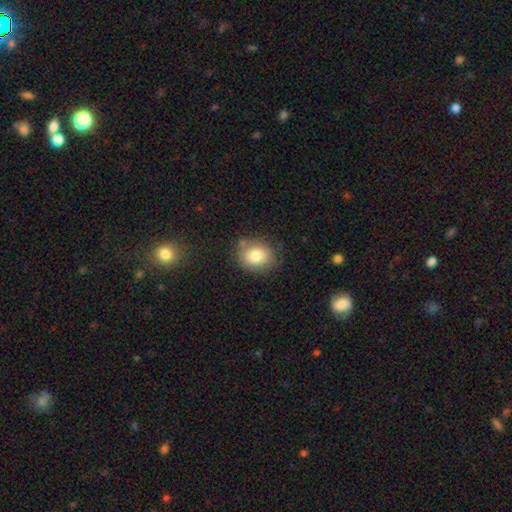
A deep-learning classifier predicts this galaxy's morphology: smooth 79%, featured or disk 12%, star or artifact 9%. Down the decision tree: how rounded — round (58%); merging — none (76%).